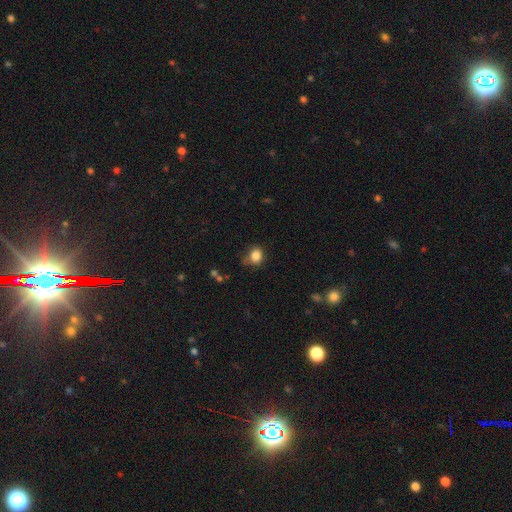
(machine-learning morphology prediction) This is clearly a smooth galaxy (84%). How rounded: likely round (63%). Merging: likely none (62%).